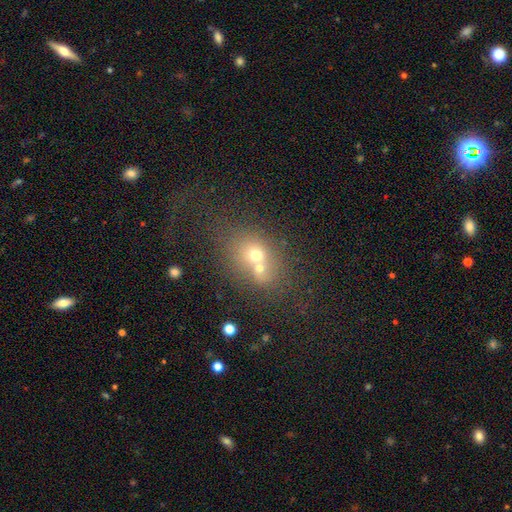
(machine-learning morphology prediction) This is possibly a smooth galaxy (60%). How rounded: likely round (62%). Merging: possibly merger (54%).